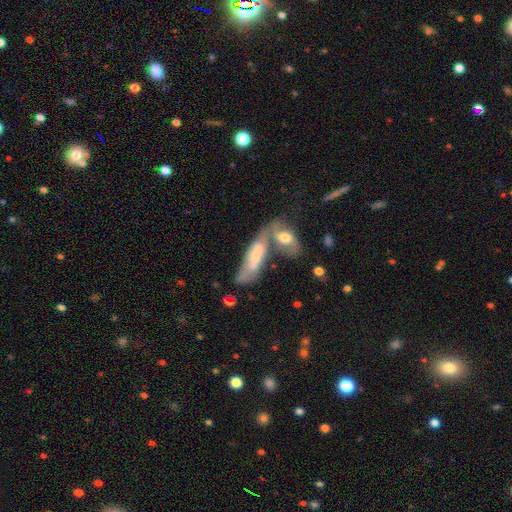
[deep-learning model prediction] Smooth or featured: smooth — 53% (featured or disk — 41%)
How rounded: in between — 57% (cigar-shaped — 40%)
Merging: merger — 60% (none — 19%)